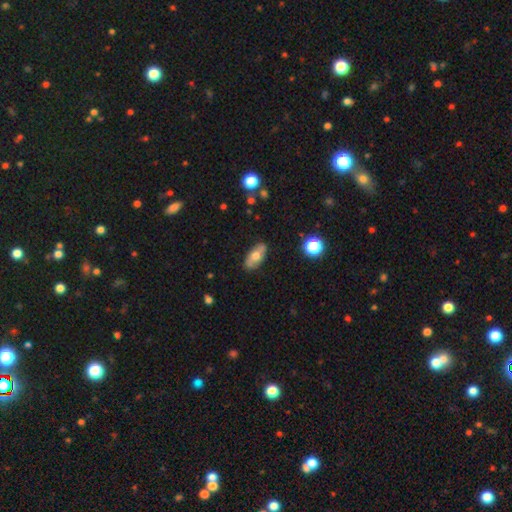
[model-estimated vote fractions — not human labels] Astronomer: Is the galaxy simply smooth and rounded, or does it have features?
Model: smooth — 61%.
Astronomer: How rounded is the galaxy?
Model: in between — 87%.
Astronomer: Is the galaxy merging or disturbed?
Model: none — 83%.